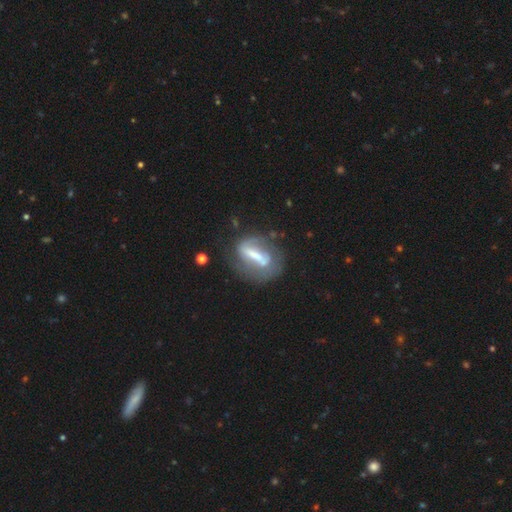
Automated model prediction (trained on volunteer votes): smooth-or-featured: featured or disk: 68% | smooth: 24% | star or artifact: 8%
  disk-edge-on: no: 87% | yes: 13%
    bar: strong: 70% | weak: 20% | no: 10%
    has-spiral-arms: yes: 58% | no: 42%
    bulge-size: moderate: 34% | small: 28% | none: 22% | large: 13% | dominant: 3%
  merging: none: 52% | minor disturbance: 23% | major disturbance: 18% | merger: 6%